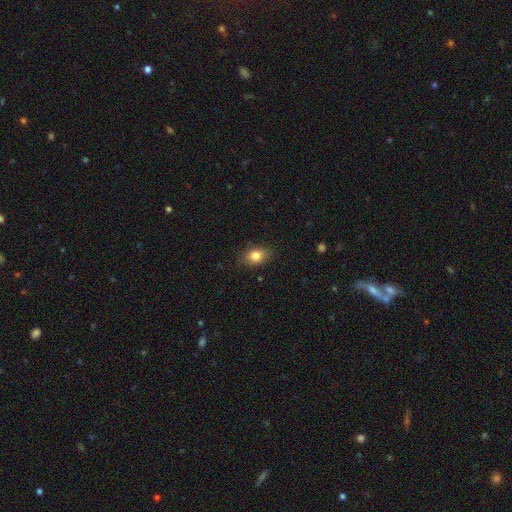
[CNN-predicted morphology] Q: Smooth or featured?
A: smooth (83%); runner-up: star or artifact (9%)
Q: How rounded?
A: in between (78%); runner-up: round (20%)
Q: Merging?
A: none (85%); runner-up: minor disturbance (12%)